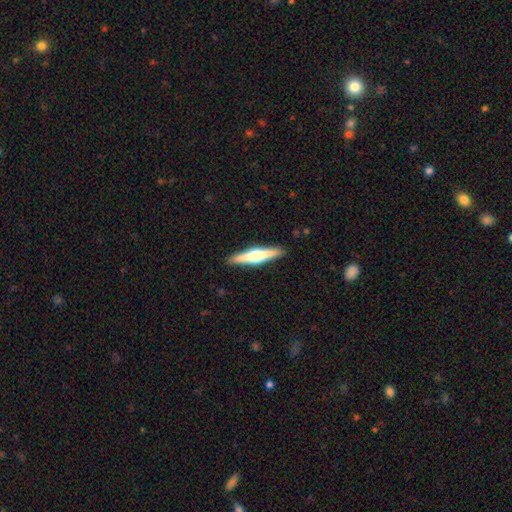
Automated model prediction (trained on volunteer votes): Q: Smooth or featured?
A: featured or disk (68%); runner-up: smooth (27%)
Q: Edge-on disk?
A: yes (98%); runner-up: no (2%)
Q: Edge-on bulge?
A: rounded (92%); runner-up: boxy (6%)
Q: Merging?
A: none (91%); runner-up: minor disturbance (6%)